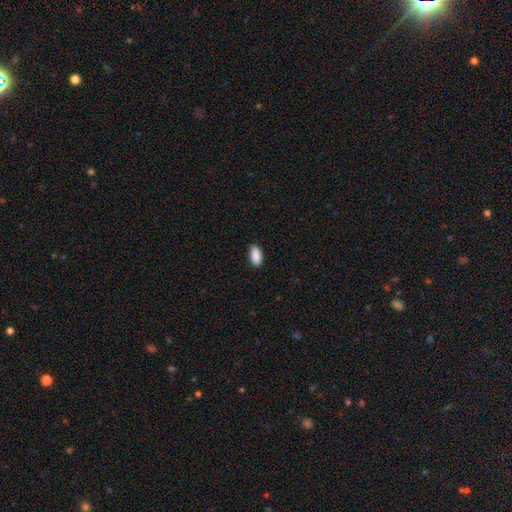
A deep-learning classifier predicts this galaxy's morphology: smooth_or_featured: smooth (p=0.89) [alt: star or artifact p=0.07]
how_rounded: in between (p=0.89) [alt: cigar-shaped p=0.09]
merging: none (p=0.85) [alt: minor disturbance p=0.12]